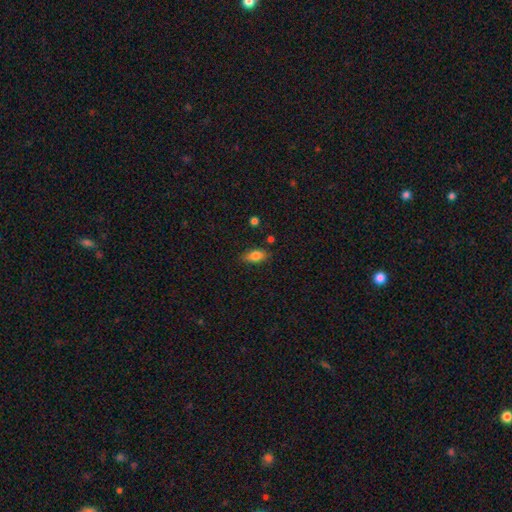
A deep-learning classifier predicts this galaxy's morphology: Smooth or featured: smooth — 78% (featured or disk — 13%)
How rounded: in between — 83% (cigar-shaped — 11%)
Merging: none — 80% (minor disturbance — 14%)